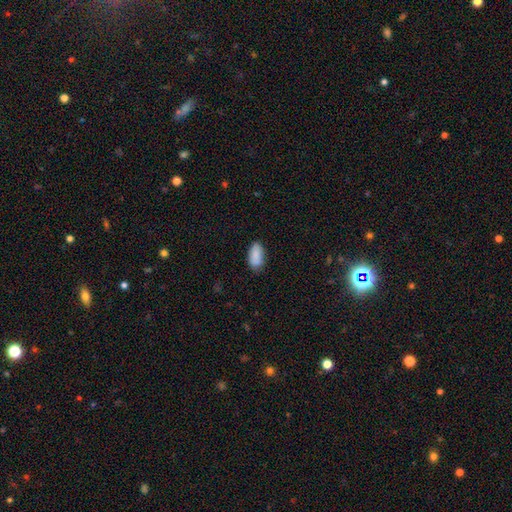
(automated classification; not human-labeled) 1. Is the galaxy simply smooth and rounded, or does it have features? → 88% smooth, 7% star or artifact, 5% featured or disk.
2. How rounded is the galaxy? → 92% in between, 5% cigar-shaped, 3% round.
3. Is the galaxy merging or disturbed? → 79% none, 17% minor disturbance, 3% major disturbance, 1% merger.